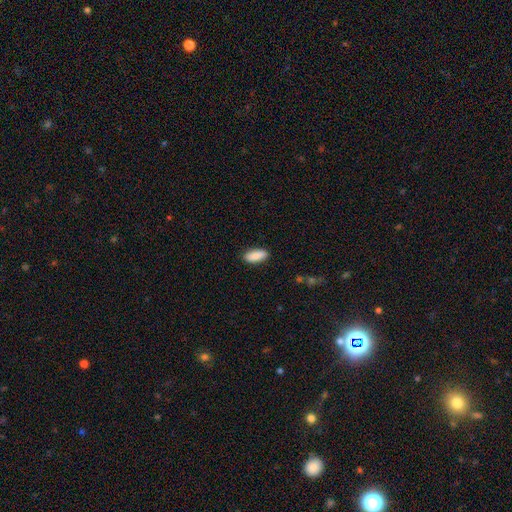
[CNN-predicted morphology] A smooth galaxy with no disk features (88%) that is in between round and cigar-shaped (83%).

Vote fractions:
- Smooth or featured? smooth: 88% / featured or disk: 6% / star or artifact: 6%
- How rounded? in between: 83% / cigar-shaped: 15% / round: 2%
- Merging? none: 87% / minor disturbance: 9% / major disturbance: 2% / merger: 1%